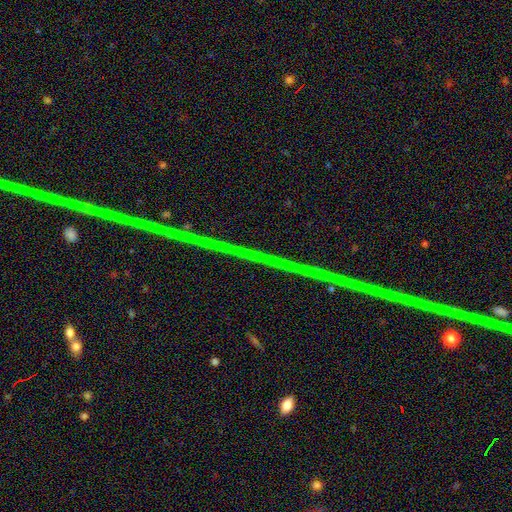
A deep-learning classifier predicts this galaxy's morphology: Smooth or featured? star or artifact (79%)